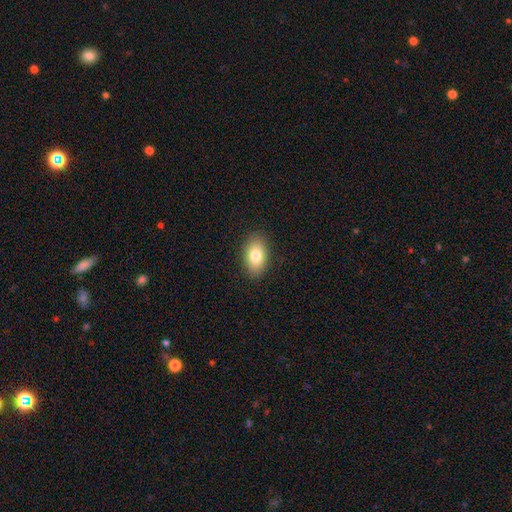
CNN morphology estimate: Smooth or featured?
  - smooth: 80% *
  - featured or disk: 12%
  - star or artifact: 8%
How rounded?
  - in between: 90% *
  - round: 8%
  - cigar-shaped: 2%
Merging?
  - none: 88% *
  - minor disturbance: 9%
  - major disturbance: 2%
  - merger: 1%